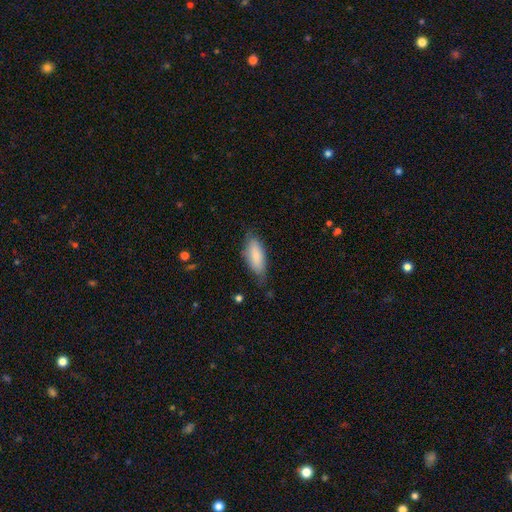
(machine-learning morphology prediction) This appears to be a smooth galaxy with no disk features (80%) that is in between round and cigar-shaped (74%). Merging: none (63%).